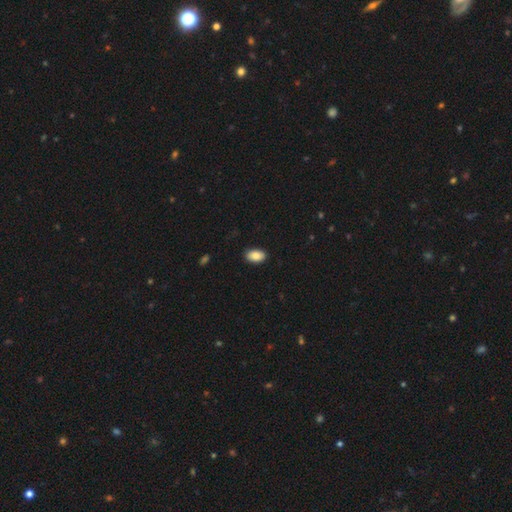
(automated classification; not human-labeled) This is clearly a smooth galaxy (88%). How rounded: clearly in between (93%). Merging: clearly none (89%).